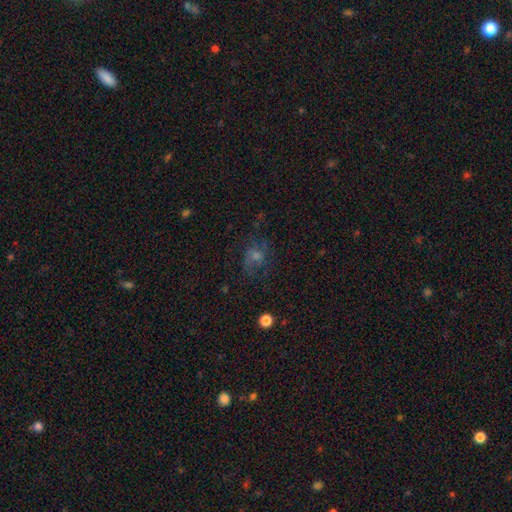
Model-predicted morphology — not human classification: smooth-or-featured: featured or disk: 40% | smooth: 34% | star or artifact: 27%
  merging: none: 59% | minor disturbance: 20% | major disturbance: 19% | merger: 2%